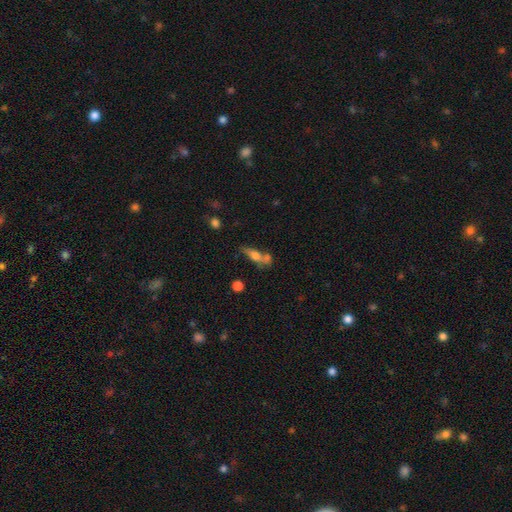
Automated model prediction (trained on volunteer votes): Smooth or featured? smooth (54%)
How rounded? in between (49%)
Merging? none (39%)